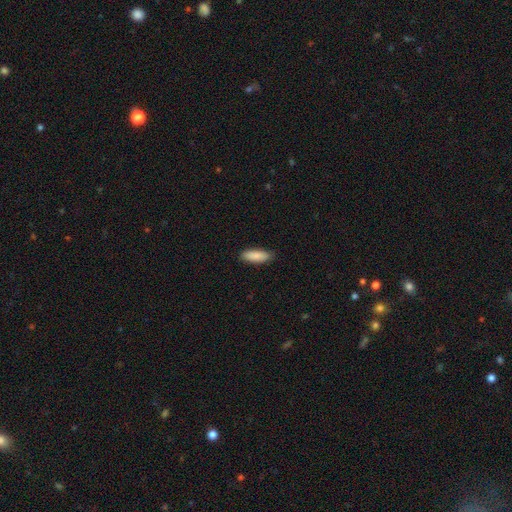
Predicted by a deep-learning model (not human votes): smooth 89%, star or artifact 6%, featured or disk 5%. Down the decision tree: how rounded — in between (63%); merging — none (87%).